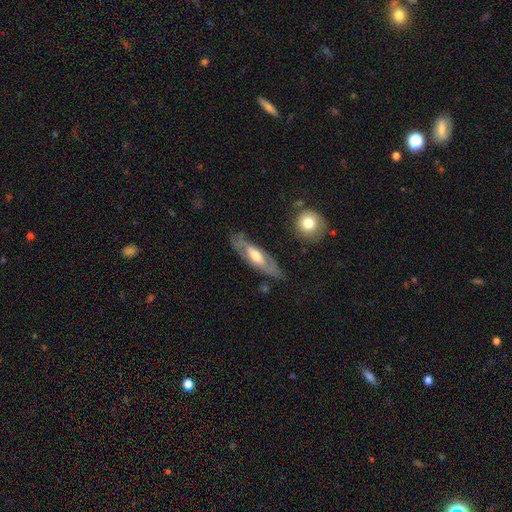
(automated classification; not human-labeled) smooth-or-featured: featured or disk: 60% | smooth: 34% | star or artifact: 5%
  disk-edge-on: no: 59% | yes: 41%
  merging: none: 76% | minor disturbance: 17% | major disturbance: 5% | merger: 2%